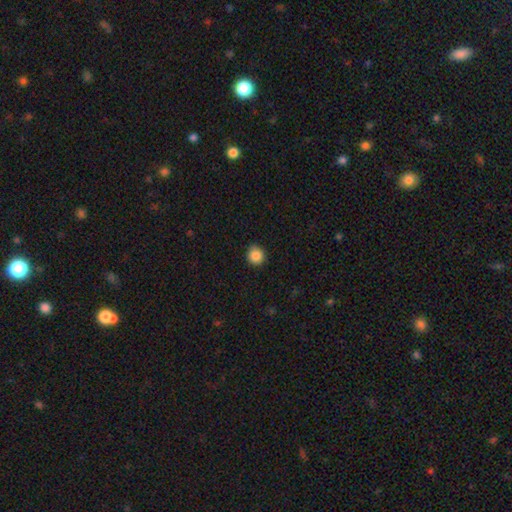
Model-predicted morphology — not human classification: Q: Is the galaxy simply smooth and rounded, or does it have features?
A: smooth — 87%.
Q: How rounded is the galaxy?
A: round — 89%.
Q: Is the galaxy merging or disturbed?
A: none — 86%.